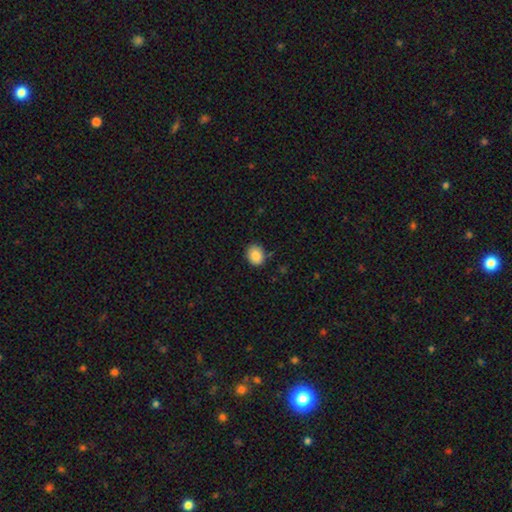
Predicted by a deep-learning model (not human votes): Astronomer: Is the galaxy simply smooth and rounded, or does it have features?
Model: smooth — 87%.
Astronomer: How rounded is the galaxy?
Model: round — 53% (runner-up: in between, 47%).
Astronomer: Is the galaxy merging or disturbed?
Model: none — 84%.